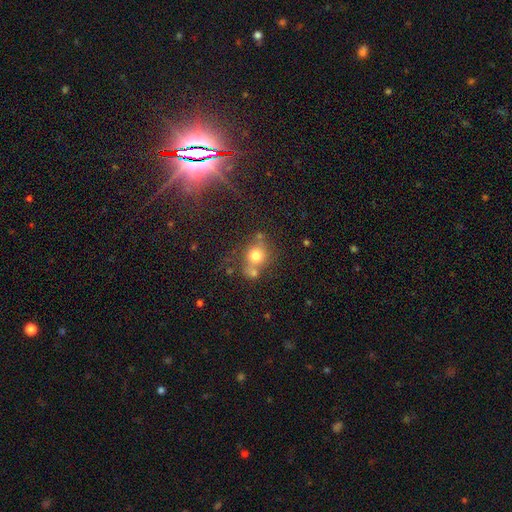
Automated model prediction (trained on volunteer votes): Q: Smooth or featured?
A: smooth (74%); runner-up: star or artifact (14%)
Q: How rounded?
A: round (82%); runner-up: in between (17%)
Q: Merging?
A: none (54%); runner-up: merger (28%)